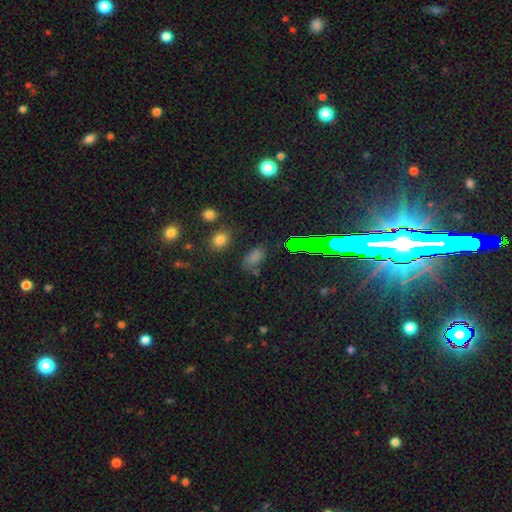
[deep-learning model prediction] A smooth galaxy with no disk features (63%) that is in between round and cigar-shaped (82%).

Vote fractions:
- Smooth or featured? smooth: 63% / star or artifact: 28% / featured or disk: 9%
- How rounded? in between: 82% / round: 13% / cigar-shaped: 6%
- Merging? none: 74% / minor disturbance: 15% / major disturbance: 6% / merger: 4%